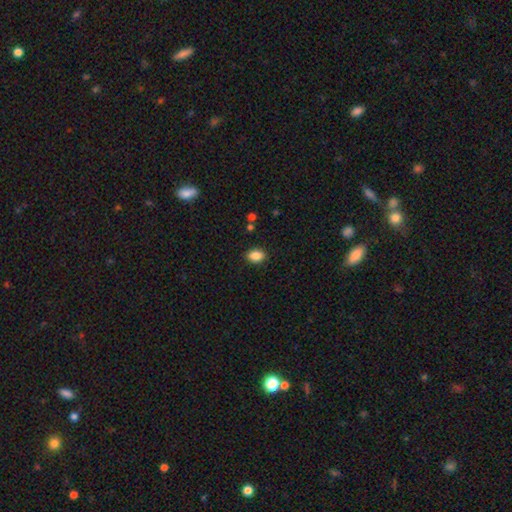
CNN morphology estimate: smooth_or_featured: smooth (p=0.87) [alt: star or artifact p=0.09]
how_rounded: in between (p=0.76) [alt: round p=0.23]
merging: none (p=0.88) [alt: minor disturbance p=0.08]